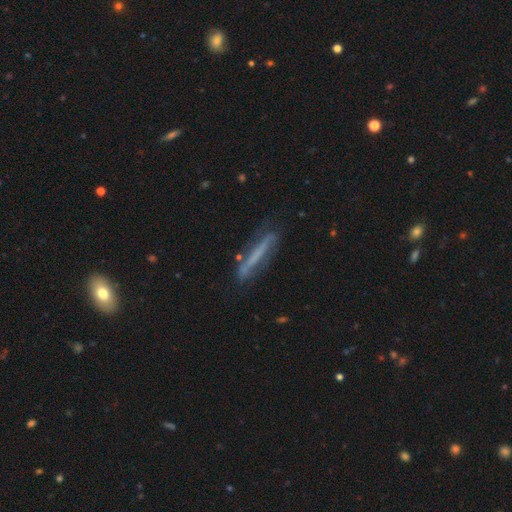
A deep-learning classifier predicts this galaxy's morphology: type=featured or disk (48%); merging=none (73%).